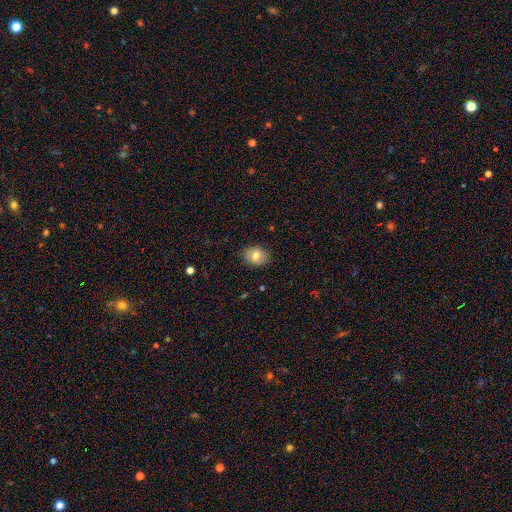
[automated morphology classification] Smooth or featured? Predicted: smooth (p=0.69). How rounded? Predicted: in between (p=0.56). Merging? Predicted: none (p=0.86).